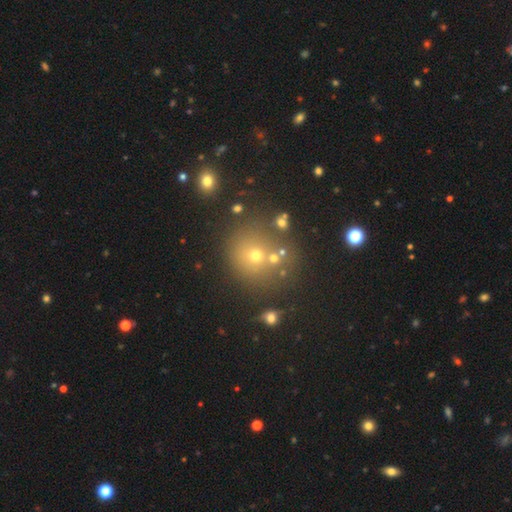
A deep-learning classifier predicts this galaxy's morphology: smooth 60%, star or artifact 26%, featured or disk 14%. Down the decision tree: how rounded — round (87%); merging — none (68%).